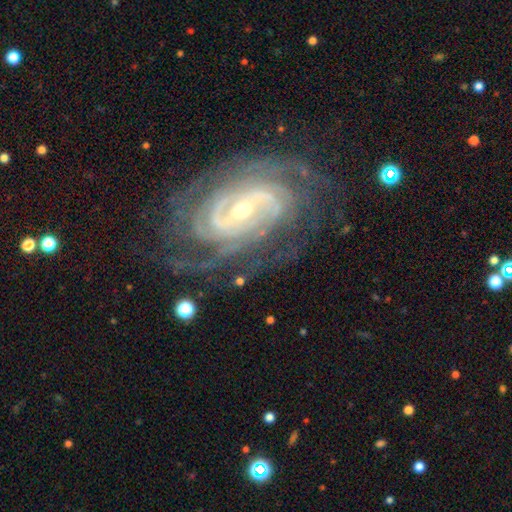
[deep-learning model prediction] smooth-or-featured: featured or disk: 88% | star or artifact: 7% | smooth: 5%
  disk-edge-on: no: 96% | yes: 4%
    bar: weak: 39% | strong: 34% | no: 27%
    has-spiral-arms: yes: 97% | no: 3%
      spiral-winding: tight: 70% | medium: 25% | loose: 5%
      spiral-arm-count: can't tell: 26% | 2: 22% | 4: 18% | 3: 17% | more than 4: 11% | 1: 7%
    bulge-size: small: 65% | moderate: 30% | large: 2% | none: 1% | dominant: 1%
  merging: none: 77% | minor disturbance: 15% | major disturbance: 7% | merger: 1%